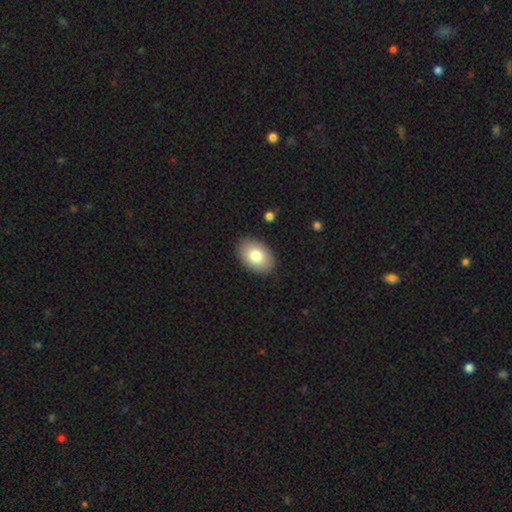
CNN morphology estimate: smooth 80%, featured or disk 14%, star or artifact 7%. Down the decision tree: how rounded — in between (86%); merging — none (89%).